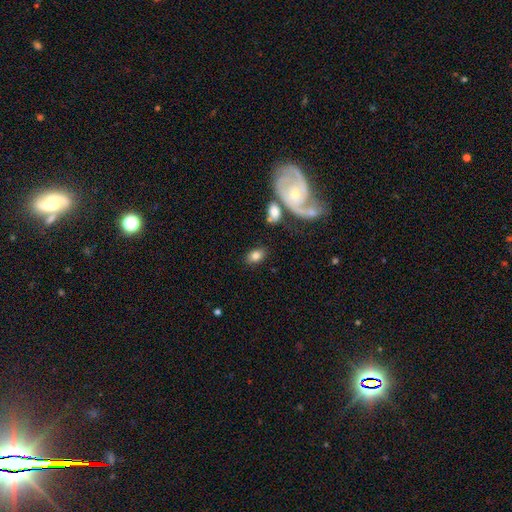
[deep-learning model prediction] This appears to be a smooth galaxy with no disk features (76%) that is in between round and cigar-shaped (85%). Merging: none (74%).